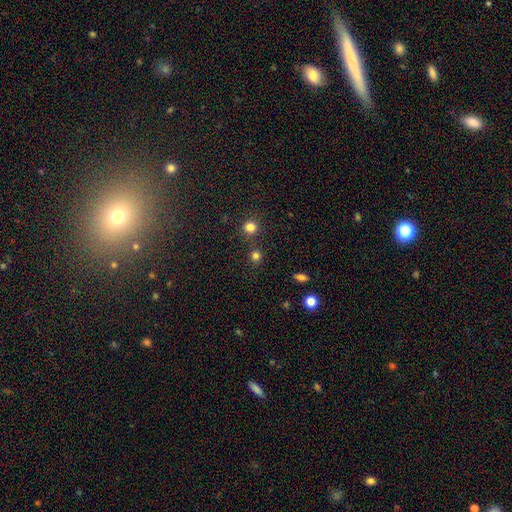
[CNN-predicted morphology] Smooth or featured?
  - smooth: 77% *
  - star or artifact: 18%
  - featured or disk: 5%
How rounded?
  - round: 90% *
  - in between: 9%
  - cigar-shaped: 1%
Merging?
  - none: 77% *
  - merger: 12%
  - minor disturbance: 8%
  - major disturbance: 3%